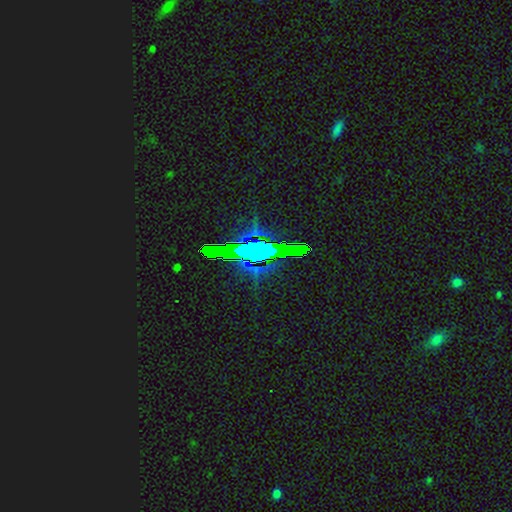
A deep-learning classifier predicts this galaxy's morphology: A star or artifact, not a galaxy (70%).

Vote fractions:
- Smooth or featured? star or artifact: 70% / smooth: 18% / featured or disk: 13%